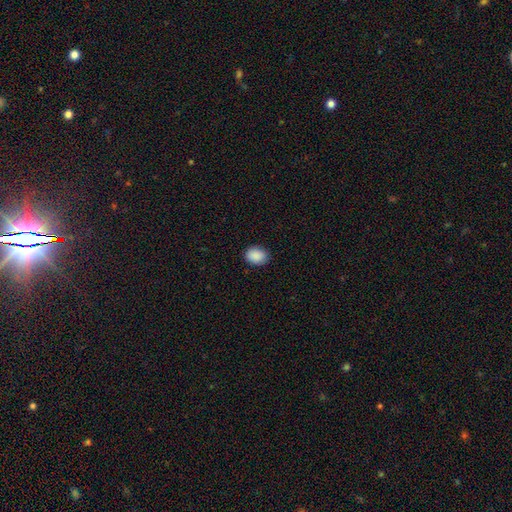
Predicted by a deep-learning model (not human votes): Smooth or featured? Predicted: smooth (p=0.90). How rounded? Predicted: in between (p=0.63). Merging? Predicted: none (p=0.86).